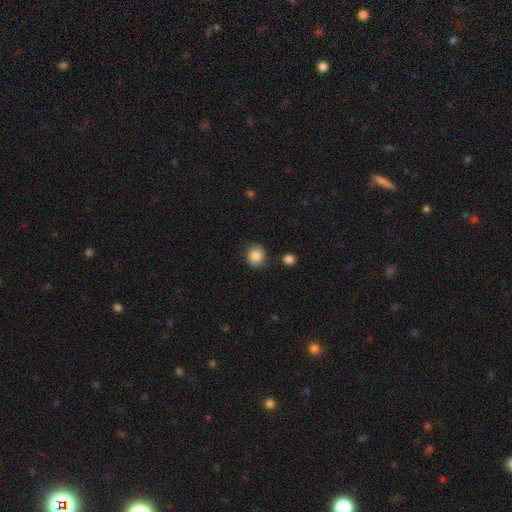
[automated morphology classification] A smooth galaxy with no disk features (86%) that is round (78%).

Vote fractions:
- Smooth or featured? smooth: 86% / star or artifact: 8% / featured or disk: 6%
- How rounded? round: 78% / in between: 21% / cigar-shaped: 1%
- Merging? none: 77% / minor disturbance: 15% / major disturbance: 4% / merger: 4%